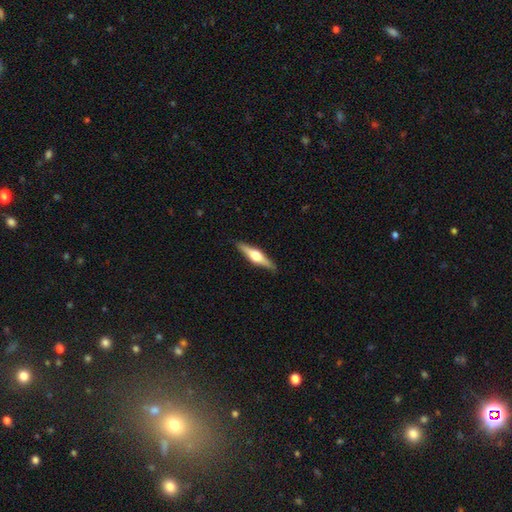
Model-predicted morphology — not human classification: The model was most divided on "smooth or featured": featured or disk: 66%, smooth: 29%, star or artifact: 5%. More confident: edge-on disk — yes (97%); edge-on bulge — rounded (94%); merging — none (90%).